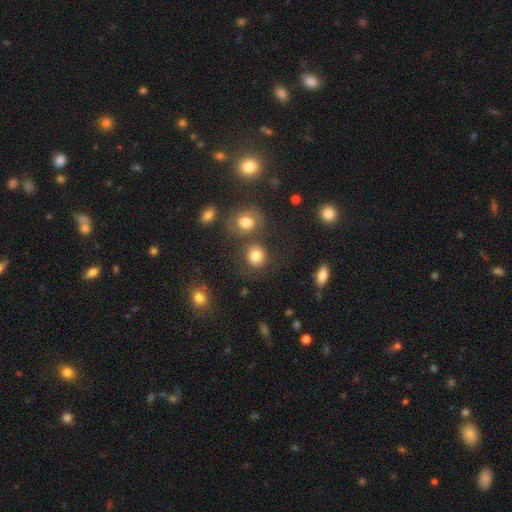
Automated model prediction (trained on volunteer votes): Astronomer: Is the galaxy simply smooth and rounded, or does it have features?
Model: smooth — 79%.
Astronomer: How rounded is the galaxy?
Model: round — 77%.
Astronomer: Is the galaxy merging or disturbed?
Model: none — 67%.